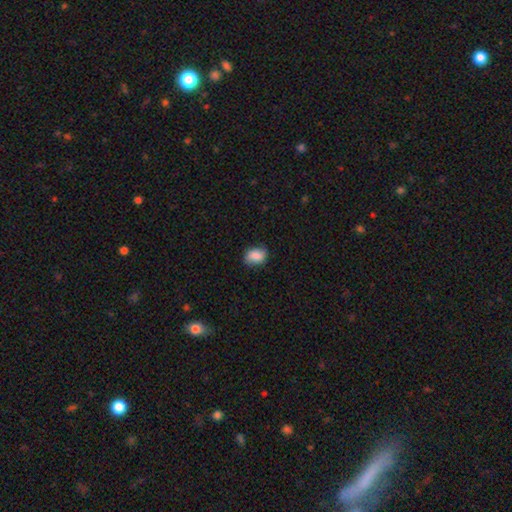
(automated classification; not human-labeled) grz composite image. It shows a smooth galaxy with no disk features (81%) that is in between round and cigar-shaped (69%). Merging: none (79%).